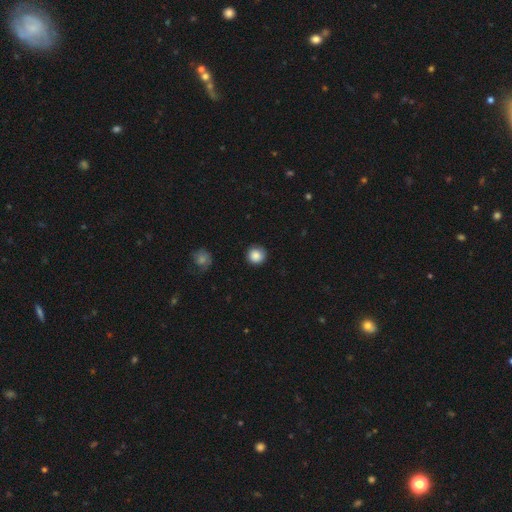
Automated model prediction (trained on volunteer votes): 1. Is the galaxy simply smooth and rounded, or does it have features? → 87% smooth, 9% star or artifact, 4% featured or disk.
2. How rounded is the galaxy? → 94% round, 5% in between, 1% cigar-shaped.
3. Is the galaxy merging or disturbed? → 88% none, 9% minor disturbance, 2% major disturbance, 1% merger.